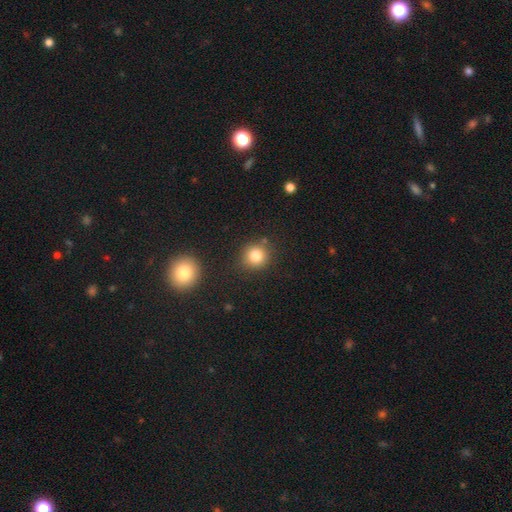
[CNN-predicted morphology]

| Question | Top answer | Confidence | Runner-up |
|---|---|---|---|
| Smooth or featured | smooth | 82% | star or artifact (11%) |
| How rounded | round | 90% | in between (9%) |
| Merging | none | 83% | minor disturbance (9%) |